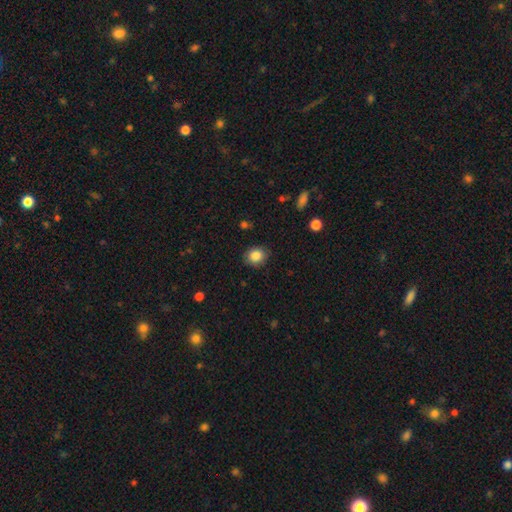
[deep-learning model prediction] Smooth or featured: smooth — 86% (star or artifact — 9%)
How rounded: round — 65% (in between — 35%)
Merging: none — 86% (minor disturbance — 11%)